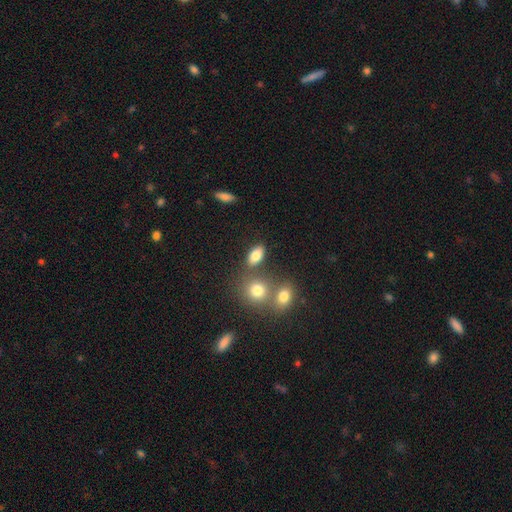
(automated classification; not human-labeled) Smooth or featured?
  - smooth: 81% *
  - star or artifact: 10%
  - featured or disk: 9%
How rounded?
  - in between: 85% *
  - round: 10%
  - cigar-shaped: 5%
Merging?
  - none: 70% *
  - merger: 14%
  - minor disturbance: 12%
  - major disturbance: 4%